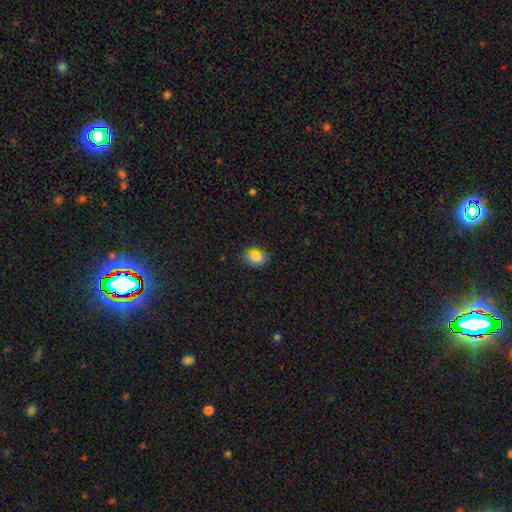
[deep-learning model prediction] This appears to be a smooth galaxy with no disk features (82%) that is in between round and cigar-shaped (76%). Merging: none (81%).